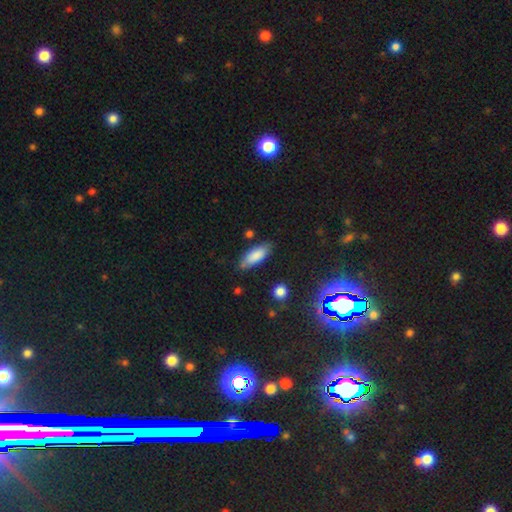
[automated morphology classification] smooth 82%, featured or disk 11%, star or artifact 7%. Down the decision tree: how rounded — in between (72%); merging — none (77%).